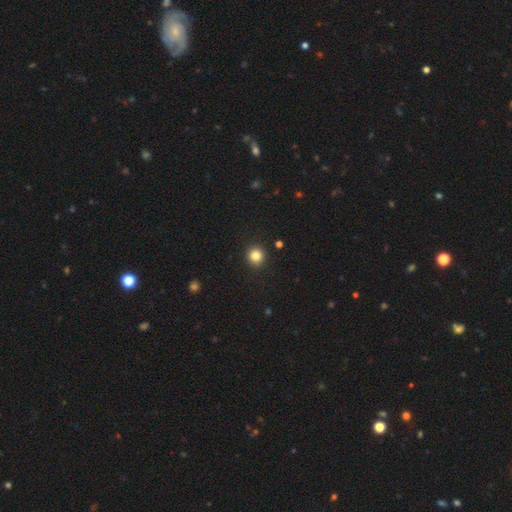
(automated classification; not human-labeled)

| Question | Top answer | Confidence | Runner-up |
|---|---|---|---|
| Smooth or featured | smooth | 84% | star or artifact (11%) |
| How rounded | round | 91% | in between (8%) |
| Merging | none | 92% | minor disturbance (5%) |